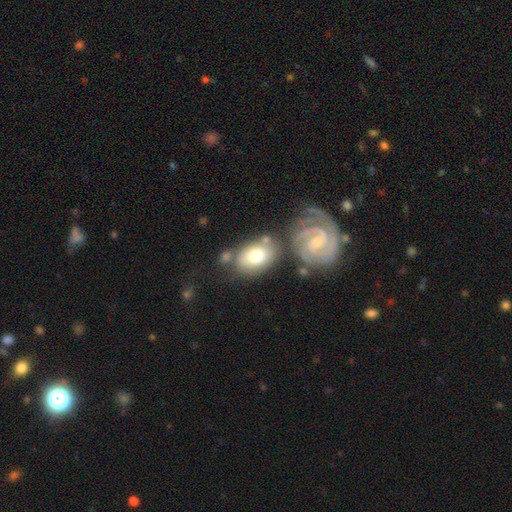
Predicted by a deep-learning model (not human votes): The model was most divided on "smooth or featured": smooth: 64%, featured or disk: 30%, star or artifact: 7%. More confident: how rounded — in between (80%); merging — none (54%).